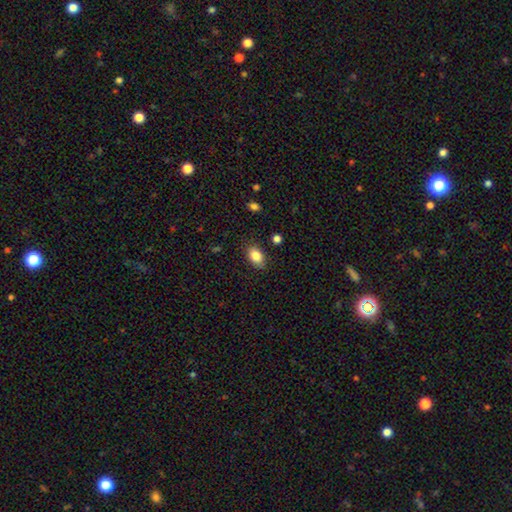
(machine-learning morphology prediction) This is clearly a smooth galaxy (85%). How rounded: clearly in between (85%). Merging: clearly none (83%).